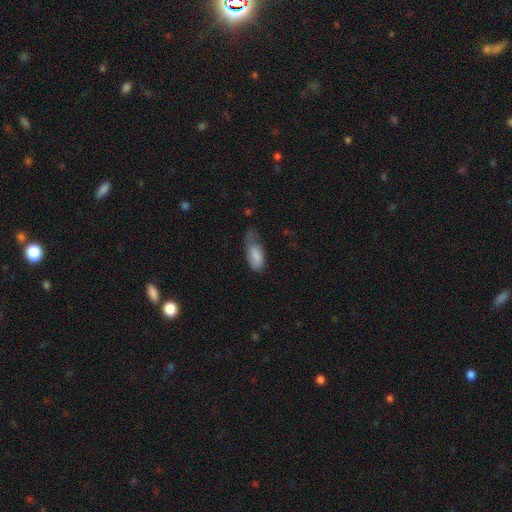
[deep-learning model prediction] A smooth galaxy with no disk features (80%) that is in between round and cigar-shaped (87%).

Vote fractions:
- Smooth or featured? smooth: 80% / featured or disk: 14% / star or artifact: 6%
- How rounded? in between: 87% / cigar-shaped: 10% / round: 2%
- Merging? minor disturbance: 40% / major disturbance: 29% / none: 28% / merger: 3%